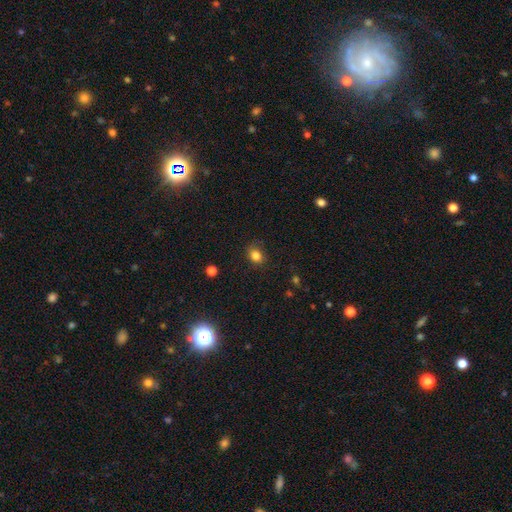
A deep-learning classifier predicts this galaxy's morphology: A smooth galaxy with no disk features (82%) that is round (53%).

Vote fractions:
- Smooth or featured? smooth: 82% / star or artifact: 12% / featured or disk: 6%
- How rounded? round: 53% / in between: 46% / cigar-shaped: 1%
- Merging? none: 75% / minor disturbance: 18% / major disturbance: 5% / merger: 1%